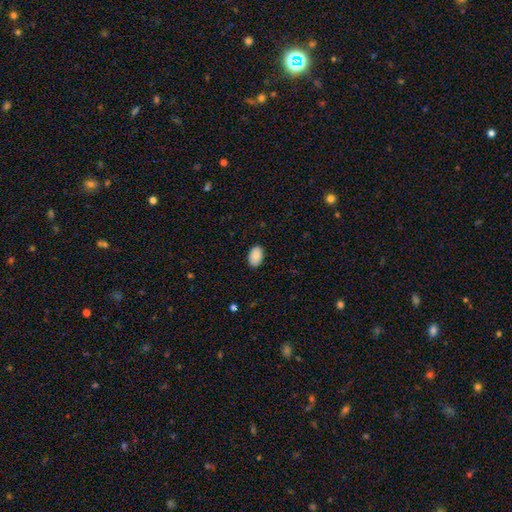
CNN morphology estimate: The model was most divided on "merging": none: 87%, minor disturbance: 10%, major disturbance: 2%, merger: 1%. More confident: how rounded — in between (90%); smooth or featured — smooth (89%).